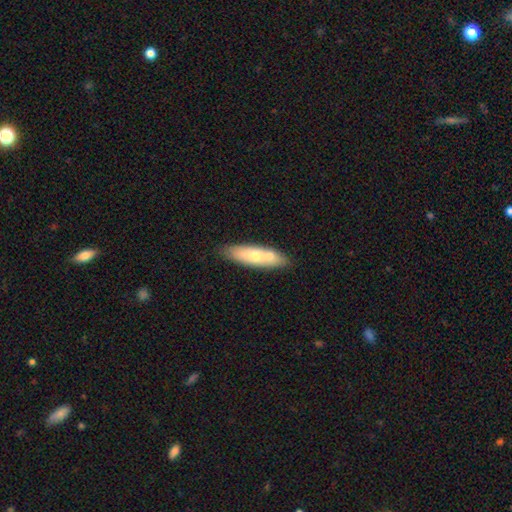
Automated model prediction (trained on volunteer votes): Smooth or featured: smooth — 61% (featured or disk — 33%)
How rounded: cigar-shaped — 58% (in between — 40%)
Merging: none — 65% (merger — 18%)